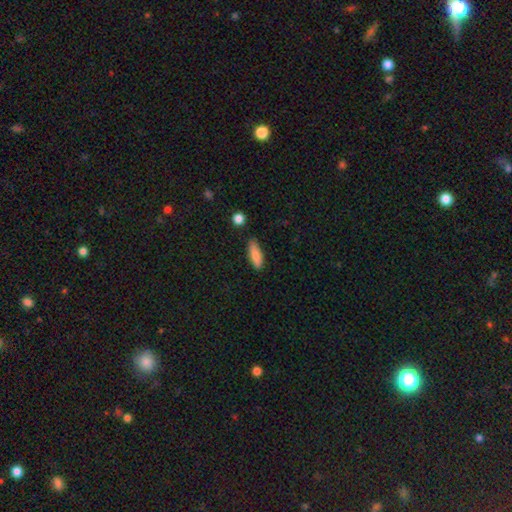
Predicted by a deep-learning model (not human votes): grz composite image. It shows a smooth galaxy with no disk features (83%) that is in between round and cigar-shaped (55%). Merging: none (81%).